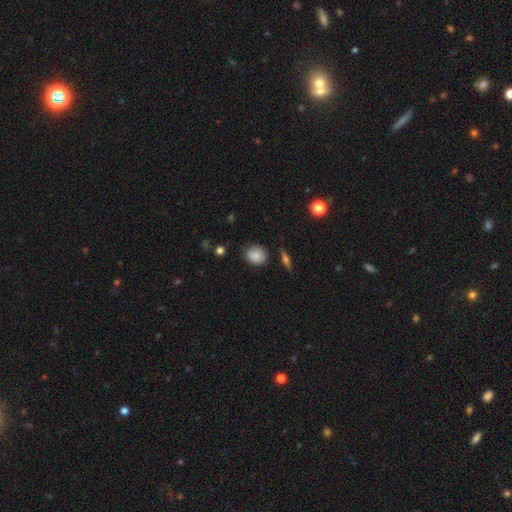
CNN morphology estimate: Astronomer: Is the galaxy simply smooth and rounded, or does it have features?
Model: smooth — 85%.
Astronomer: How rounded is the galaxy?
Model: round — 69%.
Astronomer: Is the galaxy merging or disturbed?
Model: none — 81%.